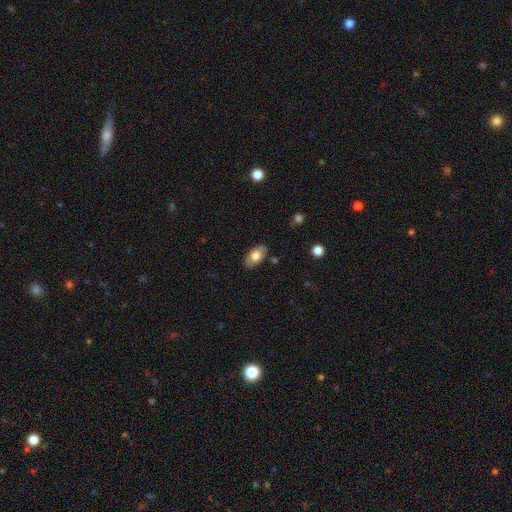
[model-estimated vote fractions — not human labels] A smooth galaxy with no disk features (74%) that is in between round and cigar-shaped (93%). Merging: none (85%).